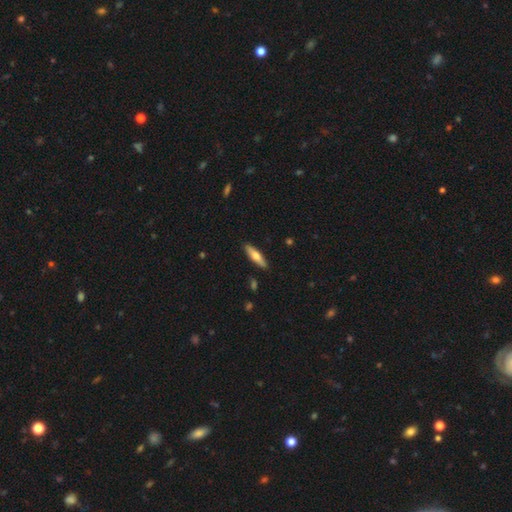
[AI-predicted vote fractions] The model was most divided on "smooth or featured": smooth: 61%, featured or disk: 34%, star or artifact: 6%. More confident: merging — none (89%); how rounded — cigar-shaped (69%).